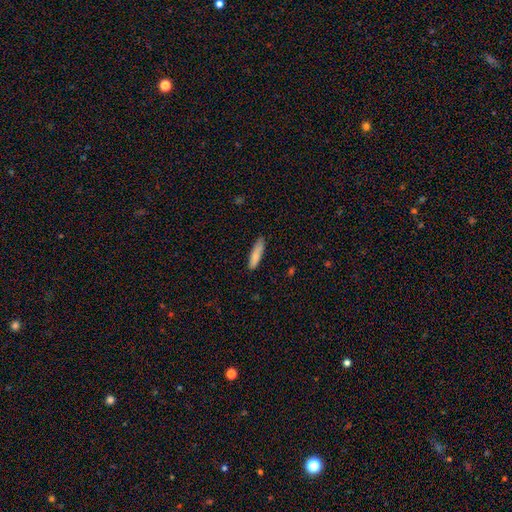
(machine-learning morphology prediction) The model was most divided on "how rounded": cigar-shaped: 73%, in between: 26%, round: 1%. More confident: merging — none (82%); smooth or featured — smooth (81%).